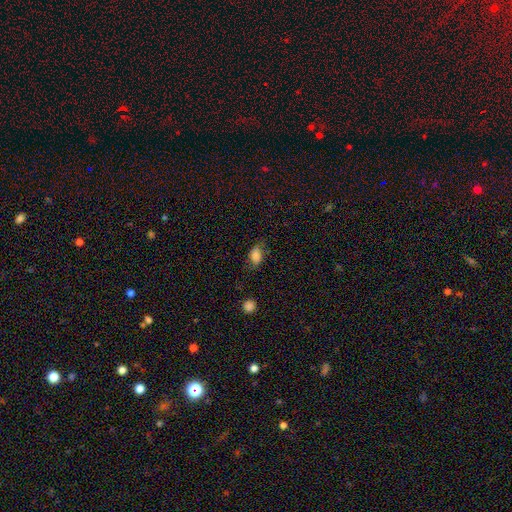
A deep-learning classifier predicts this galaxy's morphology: smooth 73%, featured or disk 17%, star or artifact 10%. Down the decision tree: how rounded — in between (85%); merging — none (63%).